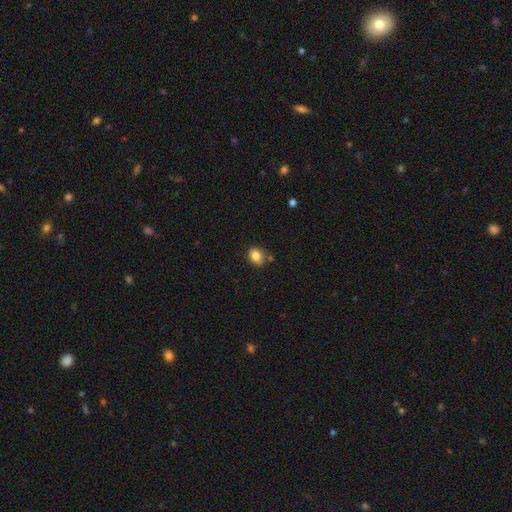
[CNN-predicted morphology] This is clearly a smooth galaxy (82%). How rounded: possibly round (56%). Merging: likely none (64%).